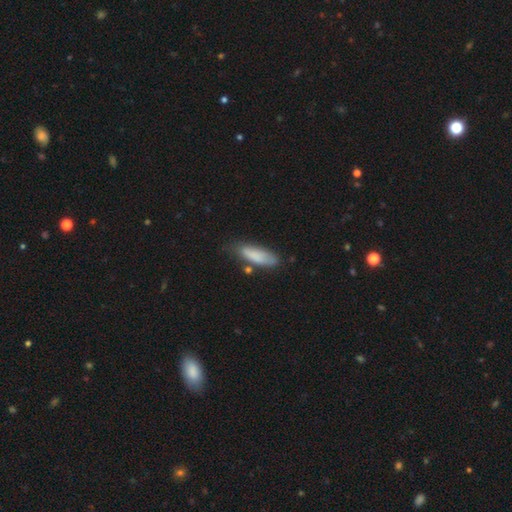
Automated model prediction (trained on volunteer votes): Smooth or featured: smooth — 82% (featured or disk — 11%)
How rounded: in between — 53% (cigar-shaped — 45%)
Merging: none — 62% (minor disturbance — 26%)